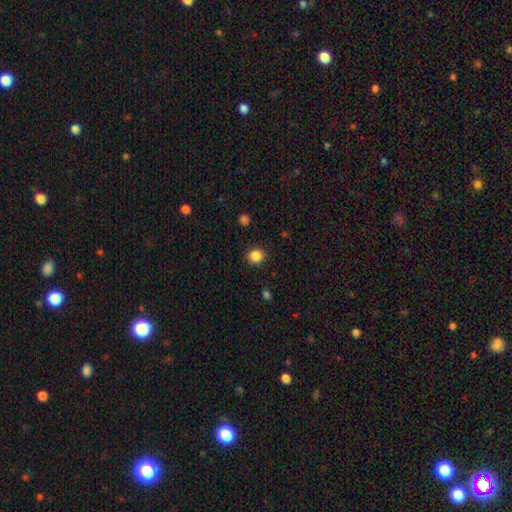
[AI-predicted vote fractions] Overall: smooth (86%). How rounded: round (83%). Merging: none (90%).